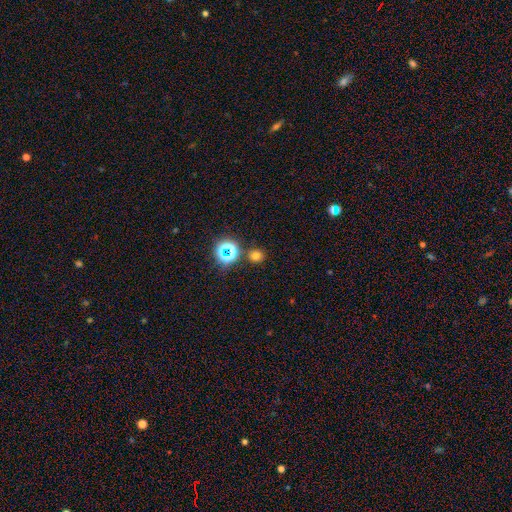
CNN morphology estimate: Smooth or featured?
  - smooth: 66% *
  - star or artifact: 28%
  - featured or disk: 7%
How rounded?
  - round: 88% *
  - in between: 11%
  - cigar-shaped: 1%
Merging?
  - none: 85% *
  - minor disturbance: 7%
  - merger: 5%
  - major disturbance: 3%